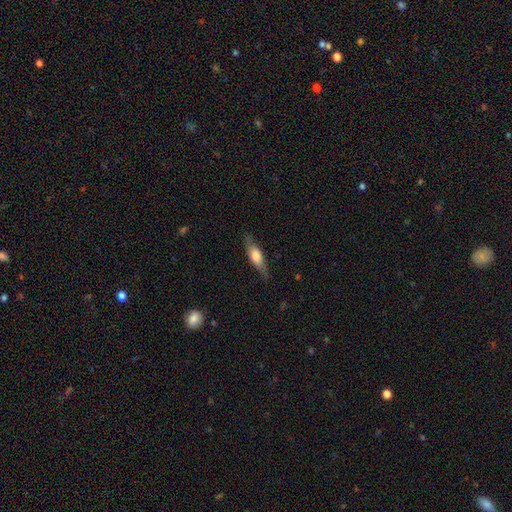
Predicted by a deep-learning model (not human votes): smooth_or_featured: smooth (p=0.57) [alt: featured or disk p=0.37]
how_rounded: cigar-shaped (p=0.50) [alt: in between p=0.47]
merging: none (p=0.78) [alt: minor disturbance p=0.17]